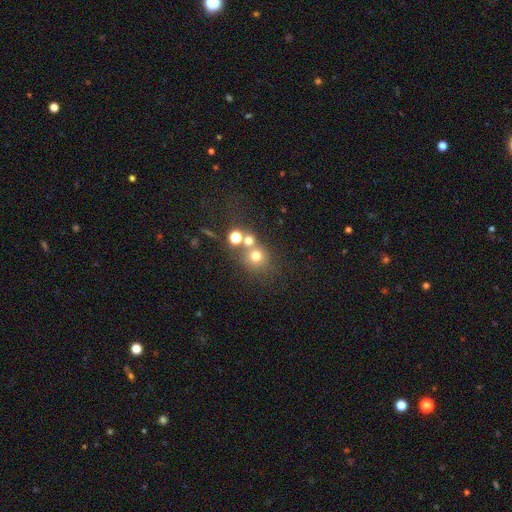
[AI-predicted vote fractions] A smooth galaxy with no disk features (67%) that is round (87%).

Vote fractions:
- Smooth or featured? smooth: 67% / star or artifact: 21% / featured or disk: 12%
- How rounded? round: 87% / in between: 12% / cigar-shaped: 1%
- Merging? none: 59% / merger: 28% / minor disturbance: 9% / major disturbance: 5%